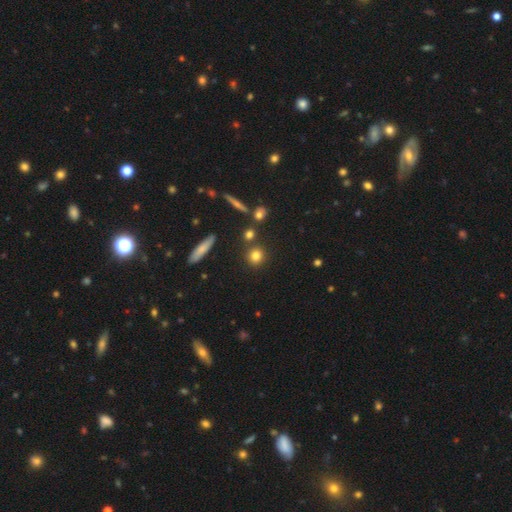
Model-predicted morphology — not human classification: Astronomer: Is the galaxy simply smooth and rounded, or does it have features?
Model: smooth — 80%.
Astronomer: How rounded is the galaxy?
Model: round — 86%.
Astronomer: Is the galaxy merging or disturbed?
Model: none — 83%.